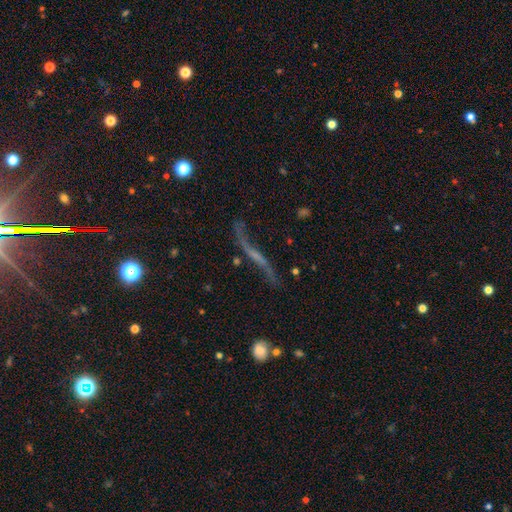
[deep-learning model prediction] This appears to be a featured or disk galaxy (73%). Merging: none (58%).